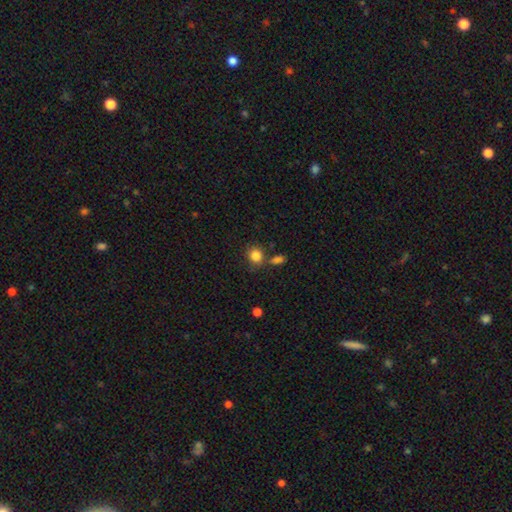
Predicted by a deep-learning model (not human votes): smooth-or-featured: smooth: 84% | star or artifact: 10% | featured or disk: 5%
  how-rounded: round: 73% | in between: 26% | cigar-shaped: 1%
  merging: none: 68% | merger: 15% | minor disturbance: 13% | major disturbance: 4%